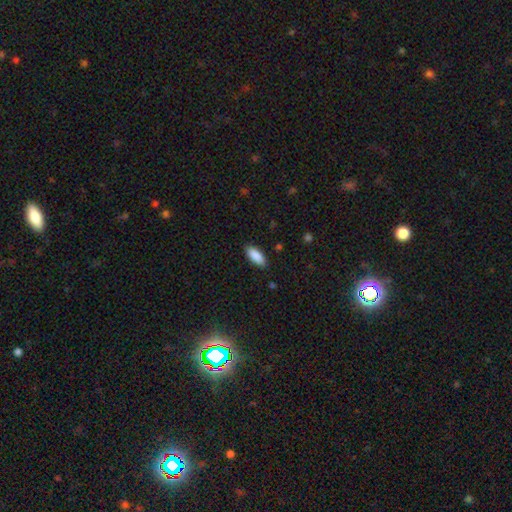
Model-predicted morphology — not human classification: smooth-or-featured: smooth: 89% | star or artifact: 6% | featured or disk: 5%
  how-rounded: in between: 81% | cigar-shaped: 17% | round: 2%
  merging: none: 87% | minor disturbance: 10% | major disturbance: 2% | merger: 1%